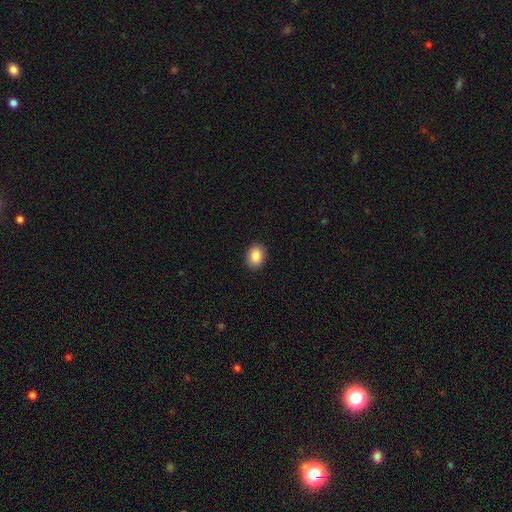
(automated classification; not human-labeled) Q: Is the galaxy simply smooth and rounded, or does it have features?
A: smooth — 87%.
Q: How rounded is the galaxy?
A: in between — 58%.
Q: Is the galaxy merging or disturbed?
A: none — 91%.